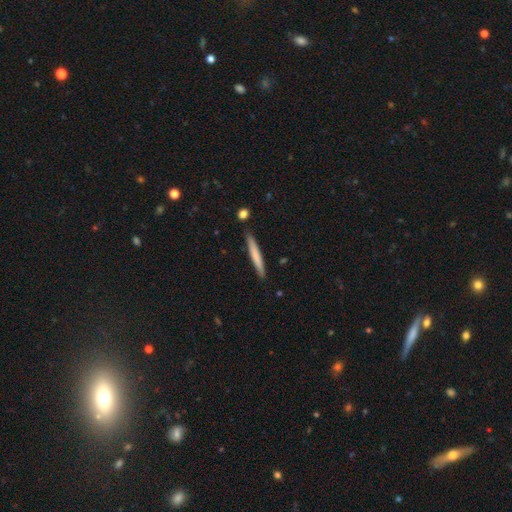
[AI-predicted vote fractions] Overall: smooth (71%). How rounded: cigar-shaped (96%). Merging: none (87%).